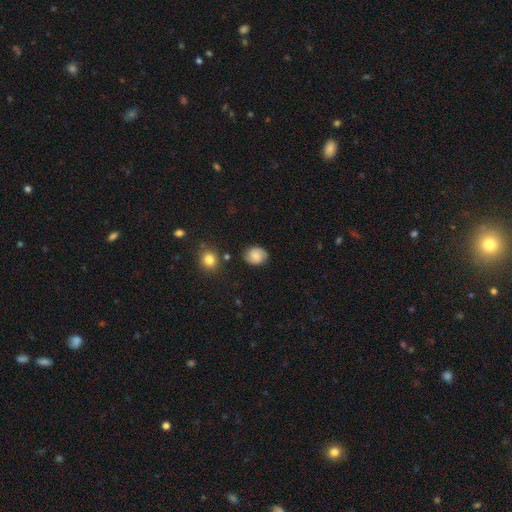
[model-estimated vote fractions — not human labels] This appears to be a smooth galaxy with no disk features (50%). Merging: none (79%).